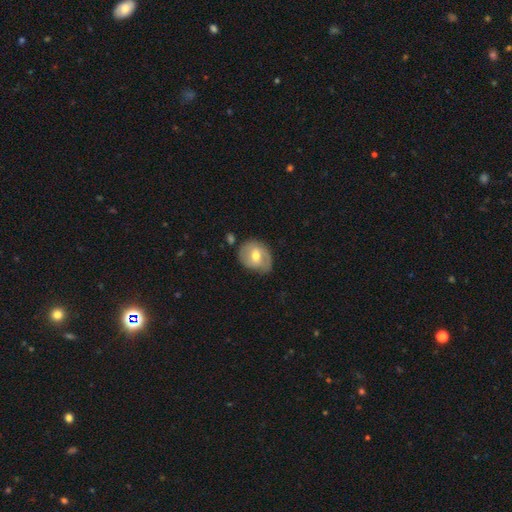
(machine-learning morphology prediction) smooth-or-featured: featured or disk: 51% | smooth: 43% | star or artifact: 7%
  disk-edge-on: no: 95% | yes: 5%
  merging: none: 64% | minor disturbance: 26% | major disturbance: 7% | merger: 3%